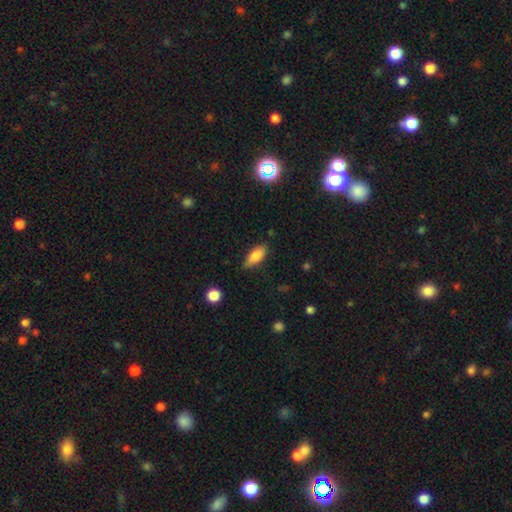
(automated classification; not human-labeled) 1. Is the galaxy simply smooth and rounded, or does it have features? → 81% smooth, 12% featured or disk, 7% star or artifact.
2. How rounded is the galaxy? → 80% in between, 17% cigar-shaped, 3% round.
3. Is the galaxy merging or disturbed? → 75% none, 20% minor disturbance, 3% major disturbance, 2% merger.